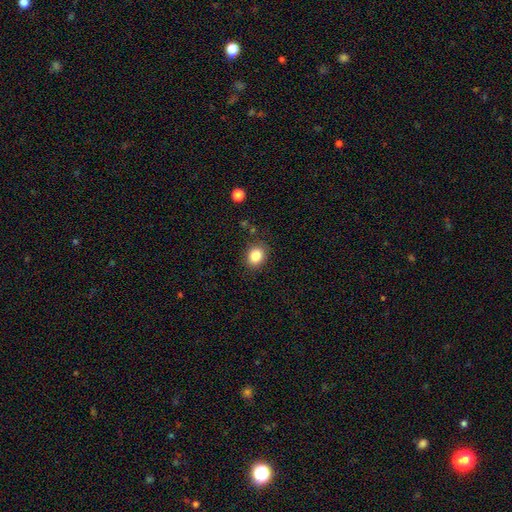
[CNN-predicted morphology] Smooth or featured? smooth (85%)
How rounded? round (60%)
Merging? none (85%)